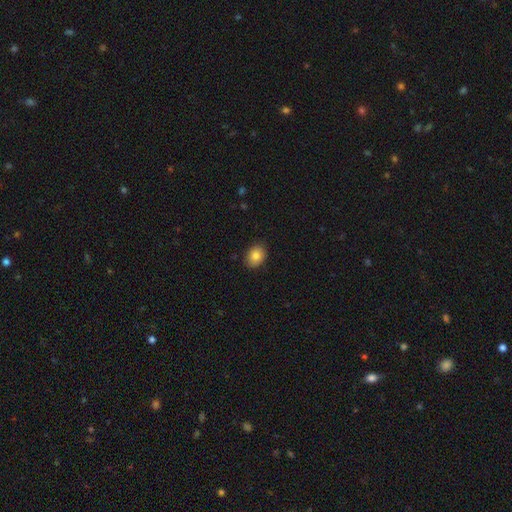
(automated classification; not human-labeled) Morphology: type=smooth (83%); roundness=in between (59%); merging=none (86%).